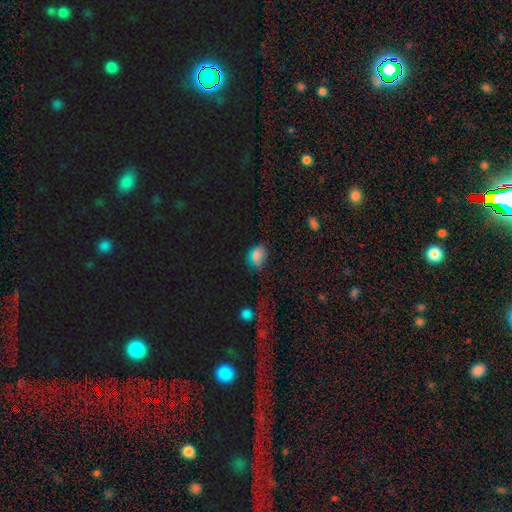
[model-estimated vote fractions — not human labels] smooth_or_featured: smooth (p=0.60) [alt: star or artifact p=0.31]
how_rounded: in between (p=0.68) [alt: round p=0.29]
merging: none (p=0.71) [alt: minor disturbance p=0.20]